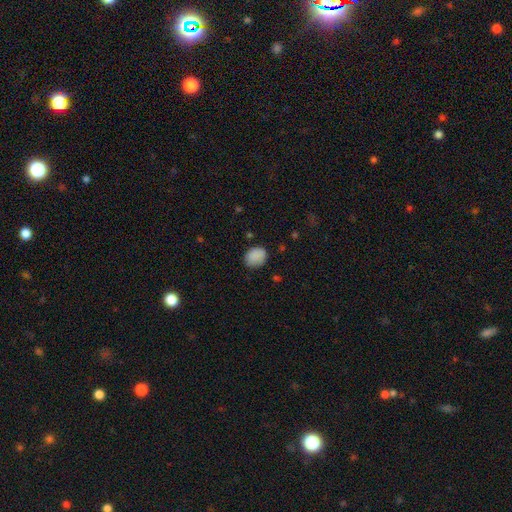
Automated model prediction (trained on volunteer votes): This is clearly a smooth galaxy (87%). How rounded: possibly in between (51%). Merging: likely none (78%).